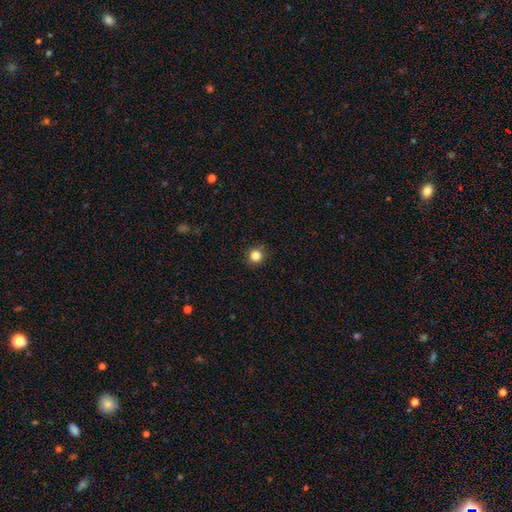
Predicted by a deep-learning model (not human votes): This appears to be a smooth galaxy with no disk features (83%) that is round (94%). Merging: none (90%).